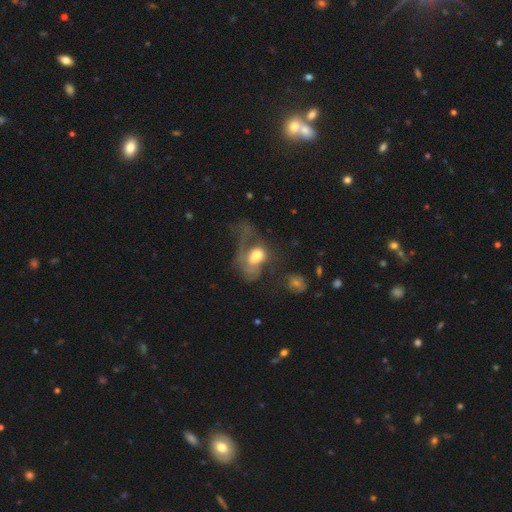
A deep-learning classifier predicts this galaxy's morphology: The model was most divided on "smooth or featured": featured or disk: 49%, smooth: 41%, star or artifact: 11%. More confident: merging — major disturbance (57%).